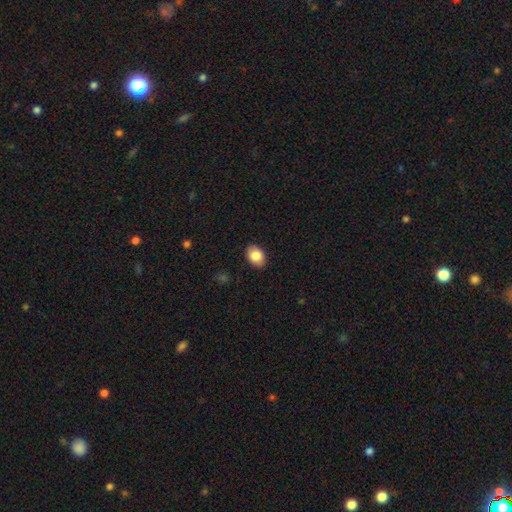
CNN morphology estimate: type=smooth (86%); roundness=in between (77%); merging=none (89%).